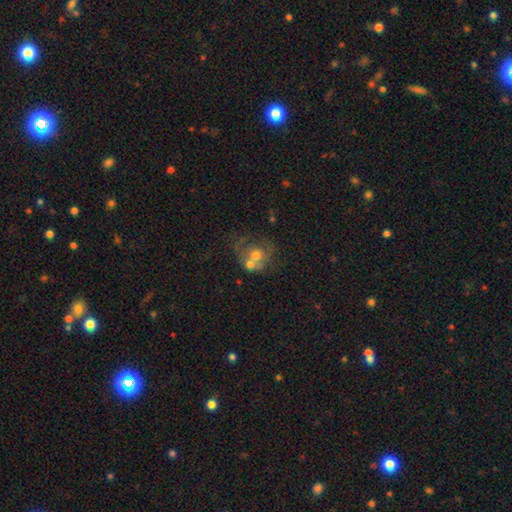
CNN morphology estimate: smooth-or-featured: smooth: 47% | featured or disk: 43% | star or artifact: 10%
  merging: merger: 50% | none: 24% | major disturbance: 13% | minor disturbance: 13%